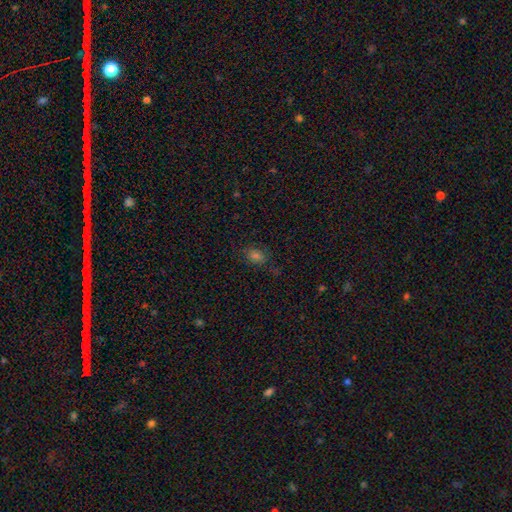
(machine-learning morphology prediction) This is likely a smooth galaxy (67%). How rounded: likely in between (68%). Merging: likely none (79%).